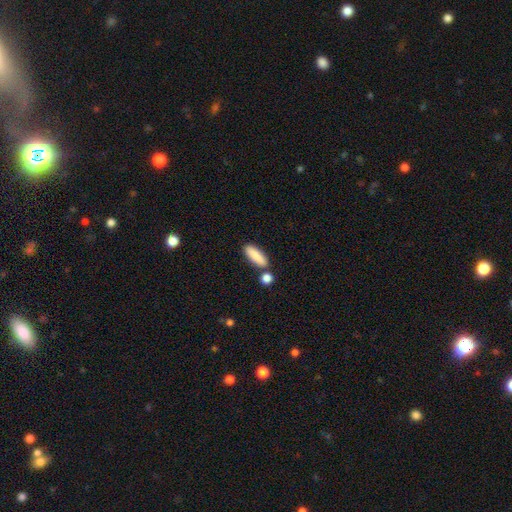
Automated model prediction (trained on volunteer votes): smooth_or_featured: smooth (p=0.87) [alt: featured or disk p=0.07]
how_rounded: in between (p=0.61) [alt: cigar-shaped p=0.36]
merging: none (p=0.73) [alt: merger p=0.13]